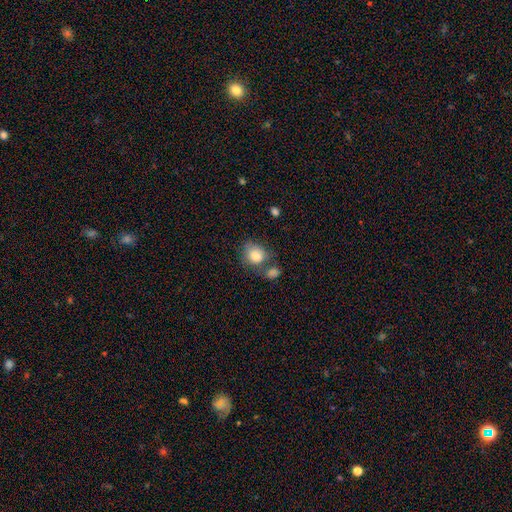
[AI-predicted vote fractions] Overall: smooth (83%). How rounded: round (67%; in between 32%). Merging: none (49%; merger 28%).